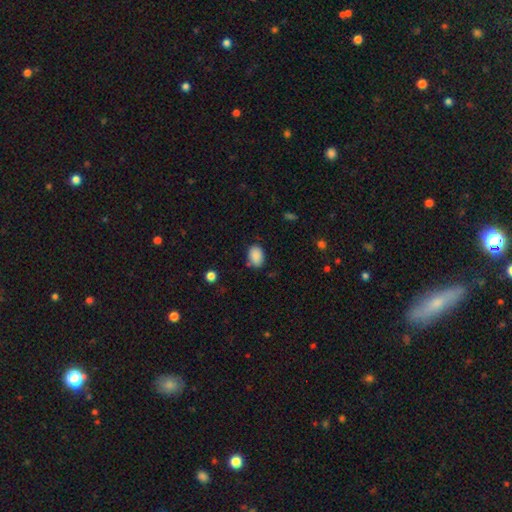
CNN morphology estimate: type=smooth (88%); roundness=in between (81%); merging=none (77%).